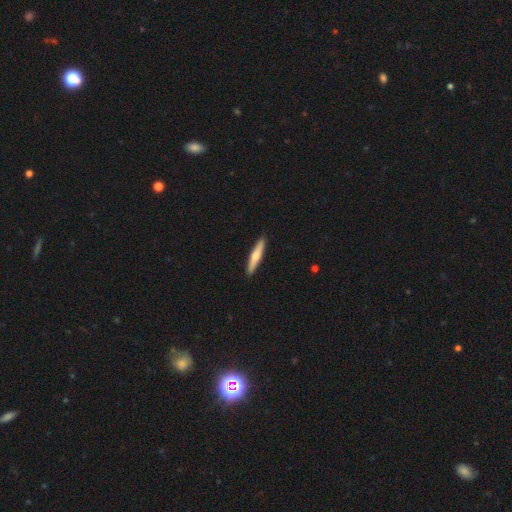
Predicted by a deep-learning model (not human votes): smooth 59%, featured or disk 36%, star or artifact 5%. Down the decision tree: how rounded — cigar-shaped (91%); merging — none (92%).